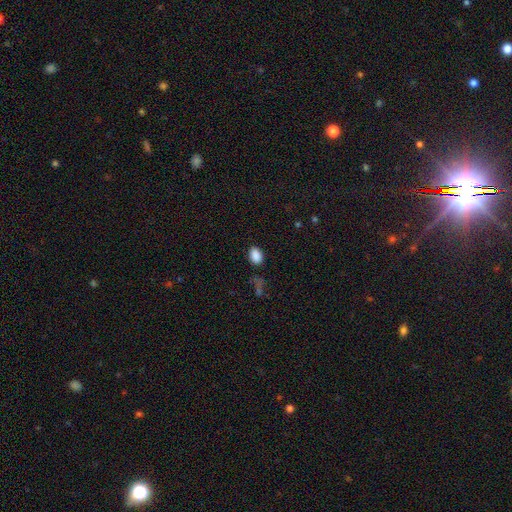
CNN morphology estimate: This is clearly a smooth galaxy (87%). How rounded: clearly in between (85%). Merging: clearly none (81%).